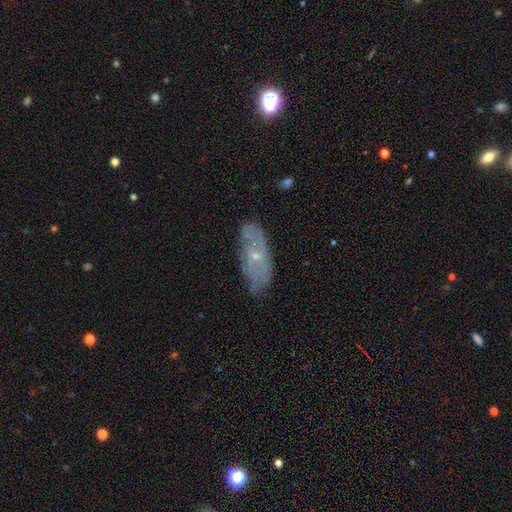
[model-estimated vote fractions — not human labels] Overall: featured or disk (58%; smooth 34%). Edge-on disk: no (82%). Merging: none (69%).